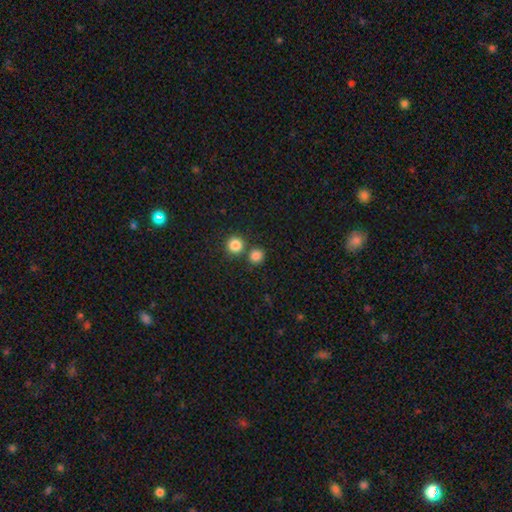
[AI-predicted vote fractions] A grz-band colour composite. It shows a smooth galaxy with no disk features (83%) that is round (88%). Merging: none (71%).